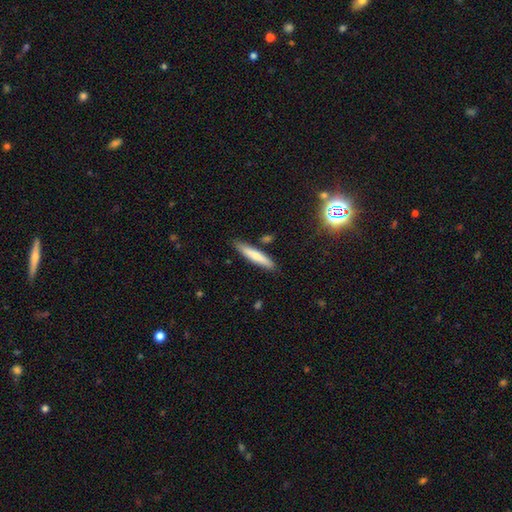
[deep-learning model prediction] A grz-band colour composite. It shows a smooth galaxy with no disk features (72%) that is cigar-shaped (90%). Merging: none (86%).